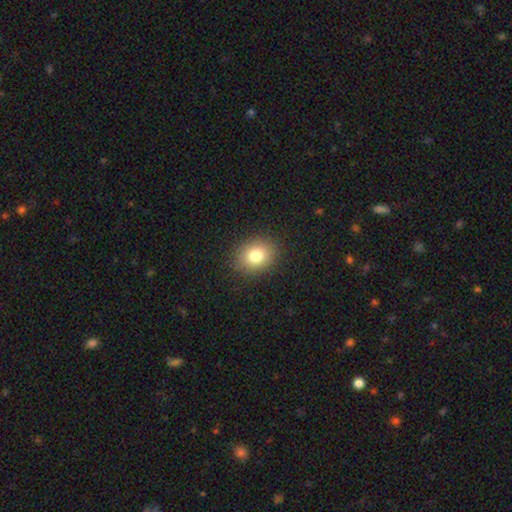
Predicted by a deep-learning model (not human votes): Smooth or featured? smooth (81%)
How rounded? round (53%)
Merging? none (89%)